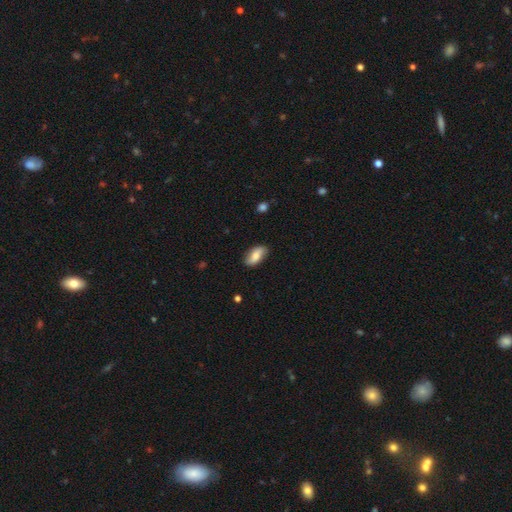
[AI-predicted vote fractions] smooth_or_featured: smooth (p=0.71) [alt: featured or disk p=0.22]
how_rounded: in between (p=0.90) [alt: cigar-shaped p=0.06]
merging: none (p=0.83) [alt: minor disturbance p=0.14]